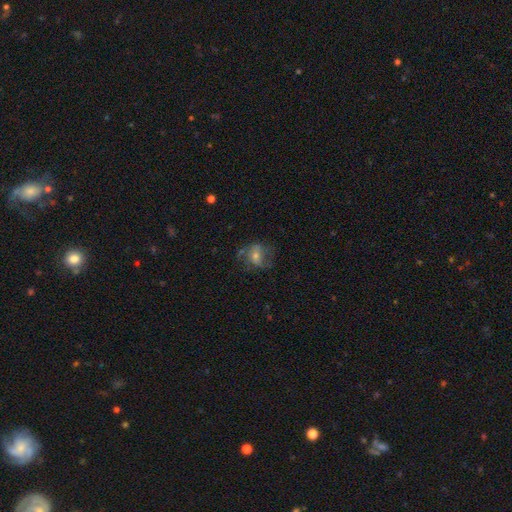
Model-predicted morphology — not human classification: Q: Smooth or featured?
A: featured or disk (49%); runner-up: smooth (38%)
Q: Merging?
A: none (58%); runner-up: minor disturbance (22%)